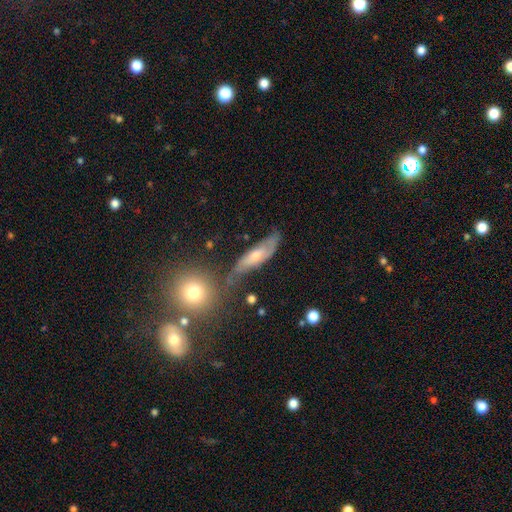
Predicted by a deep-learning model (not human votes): The model was most divided on "smooth or featured": featured or disk: 54%, smooth: 37%, star or artifact: 8%. More confident: edge-on disk — no (68%); merging — none (54%).